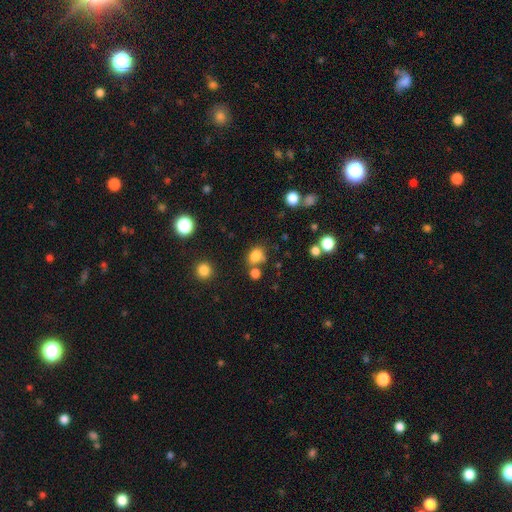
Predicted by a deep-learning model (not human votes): Overall: smooth (79%). How rounded: in between (53%; round 45%). Merging: none (58%; merger 18%).